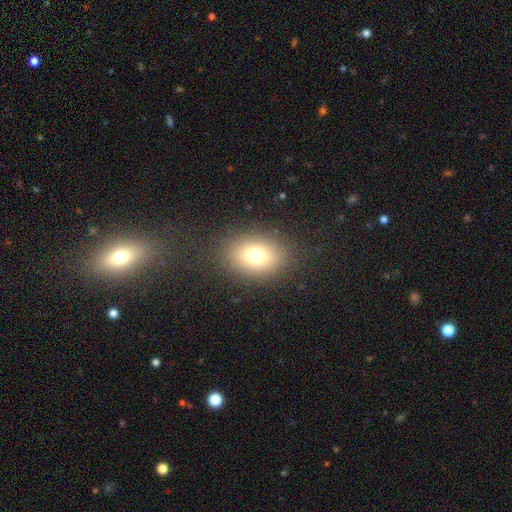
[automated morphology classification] Smooth or featured? smooth (76%)
How rounded? in between (67%)
Merging? none (84%)